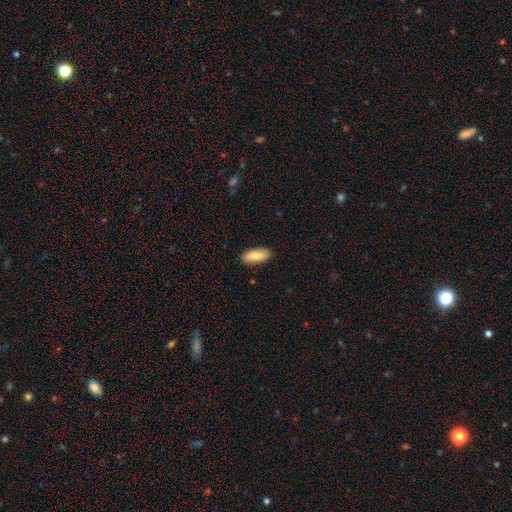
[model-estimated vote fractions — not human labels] smooth_or_featured: smooth (p=0.83) [alt: featured or disk p=0.11]
how_rounded: in between (p=0.81) [alt: cigar-shaped p=0.17]
merging: none (p=0.89) [alt: minor disturbance p=0.08]